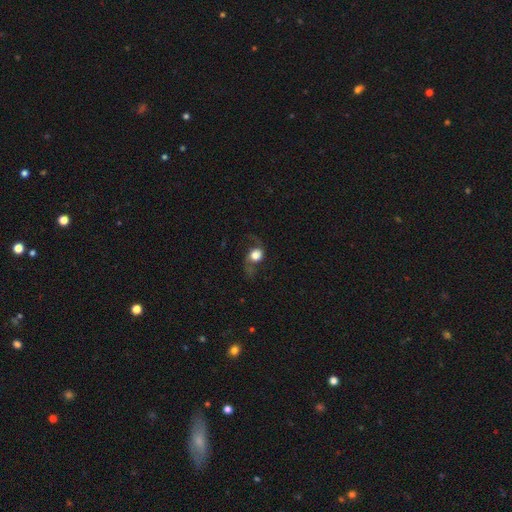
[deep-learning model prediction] smooth_or_featured: smooth (p=0.49) [alt: featured or disk p=0.42]
merging: none (p=0.50) [alt: major disturbance p=0.28]